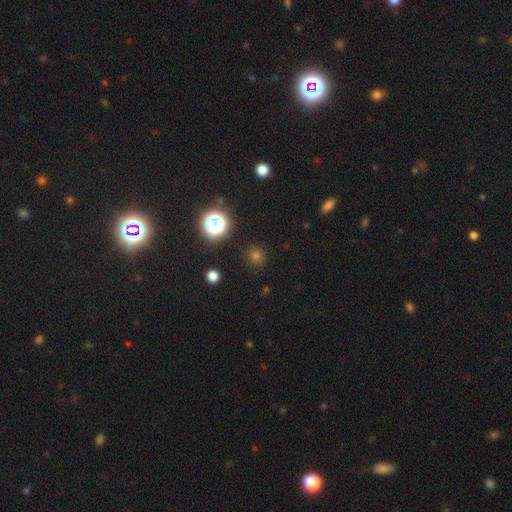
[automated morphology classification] smooth_or_featured: smooth (p=0.64) [alt: star or artifact p=0.30]
how_rounded: round (p=0.92) [alt: in between p=0.07]
merging: none (p=0.88) [alt: minor disturbance p=0.07]